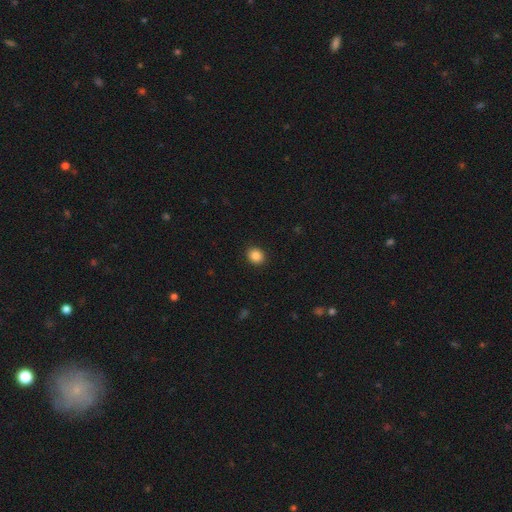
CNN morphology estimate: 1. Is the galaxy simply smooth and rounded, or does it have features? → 86% smooth, 10% star or artifact, 4% featured or disk.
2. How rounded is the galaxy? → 69% round, 31% in between, 1% cigar-shaped.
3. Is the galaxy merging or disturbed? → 92% none, 5% minor disturbance, 2% major disturbance, 1% merger.